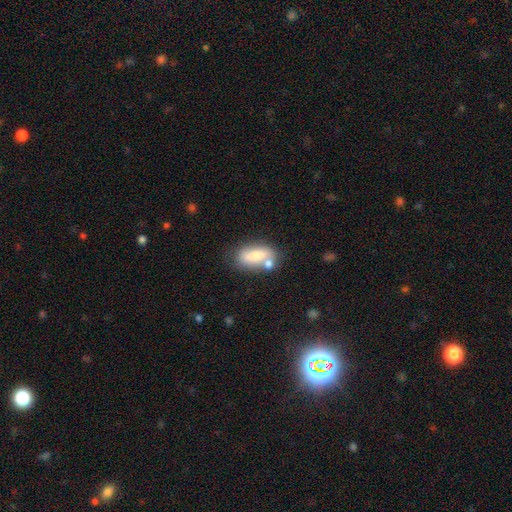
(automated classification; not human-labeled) This appears to be a smooth galaxy with no disk features (67%) that is in between round and cigar-shaped (84%). Merging: none (50%).